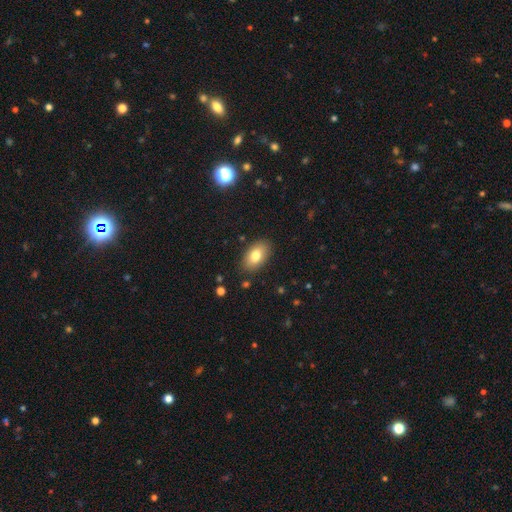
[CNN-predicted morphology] A smooth galaxy with no disk features (78%) that is in between round and cigar-shaped (91%).

Vote fractions:
- Smooth or featured? smooth: 78% / featured or disk: 14% / star or artifact: 8%
- How rounded? in between: 91% / round: 7% / cigar-shaped: 2%
- Merging? none: 86% / minor disturbance: 10% / major disturbance: 3% / merger: 1%